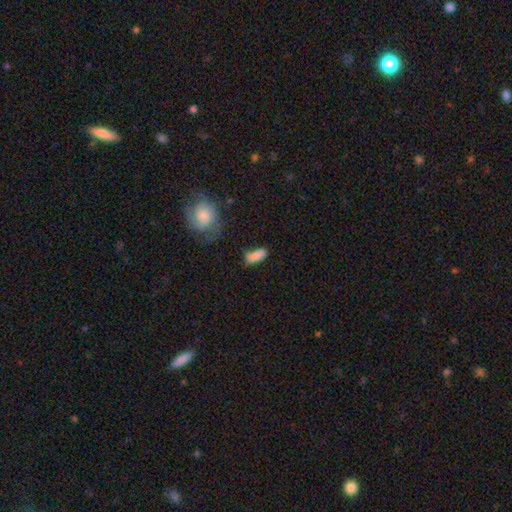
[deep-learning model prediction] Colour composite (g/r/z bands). It shows a smooth galaxy with no disk features (83%) that is in between round and cigar-shaped (72%). Merging: none (52%).